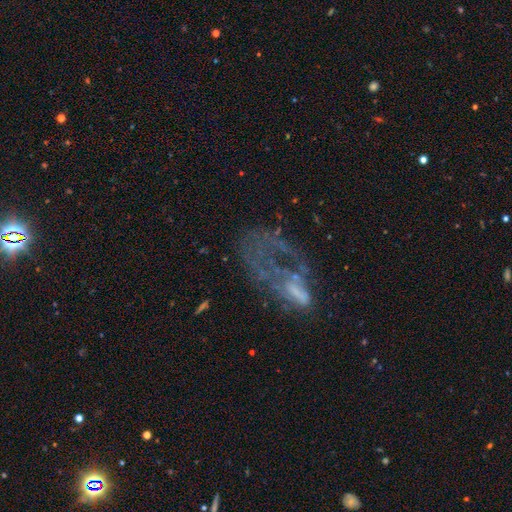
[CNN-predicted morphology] Overall: featured or disk (45%; star or artifact 31%). Merging: major disturbance (46%; none 28%).